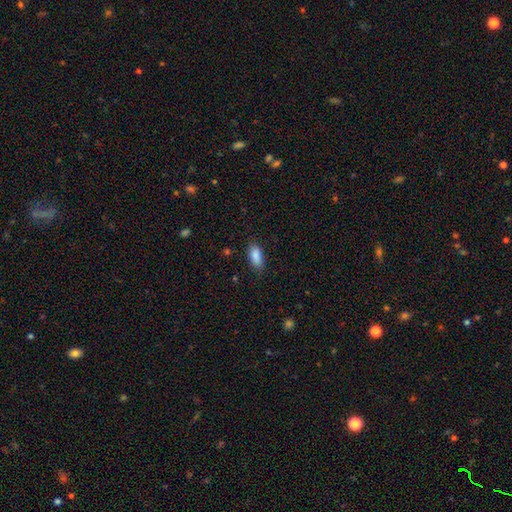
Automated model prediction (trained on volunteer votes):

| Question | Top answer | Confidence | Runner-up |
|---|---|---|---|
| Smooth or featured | smooth | 88% | star or artifact (7%) |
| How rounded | in between | 88% | cigar-shaped (9%) |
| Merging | none | 82% | minor disturbance (14%) |